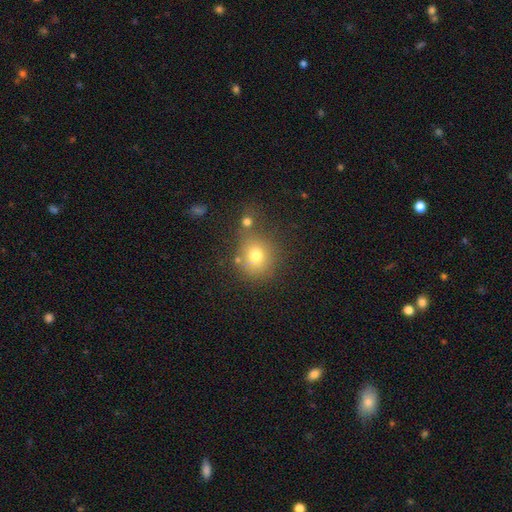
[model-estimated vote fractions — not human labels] Morphology: type=smooth (73%); roundness=round (82%); merging=none (64%).